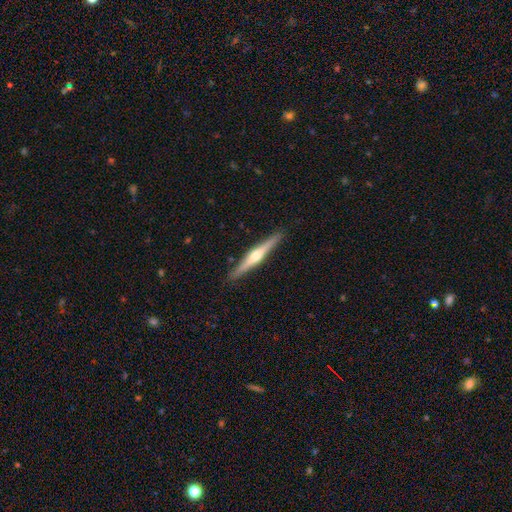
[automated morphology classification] Q: Smooth or featured?
A: featured or disk (72%); runner-up: smooth (23%)
Q: Edge-on disk?
A: yes (98%); runner-up: no (2%)
Q: Edge-on bulge?
A: rounded (91%); runner-up: none (5%)
Q: Merging?
A: none (91%); runner-up: minor disturbance (7%)